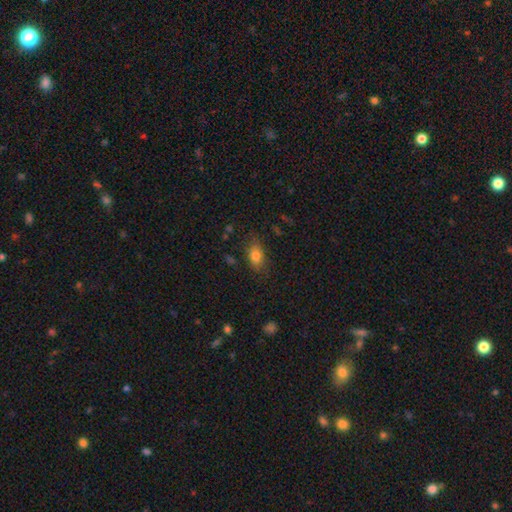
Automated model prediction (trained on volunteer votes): Overall: smooth (79%). How rounded: in between (82%). Merging: none (78%).